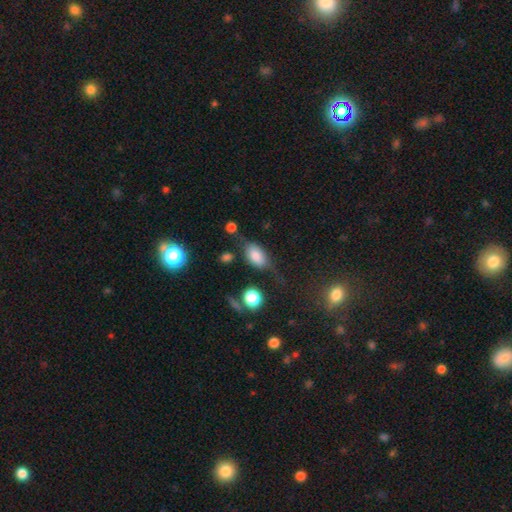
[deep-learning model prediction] Smooth or featured: smooth — 76% (featured or disk — 14%)
How rounded: in between — 89% (round — 8%)
Merging: none — 48% (minor disturbance — 29%)